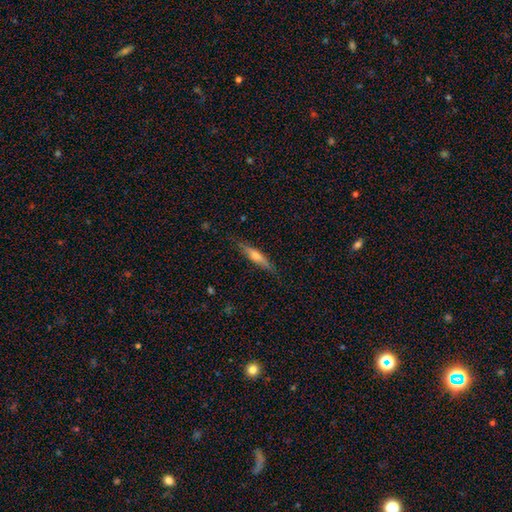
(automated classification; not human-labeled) This is possibly a featured or disk galaxy (51%). It is clearly viewed edge-on (94%). Merging: clearly none (84%).